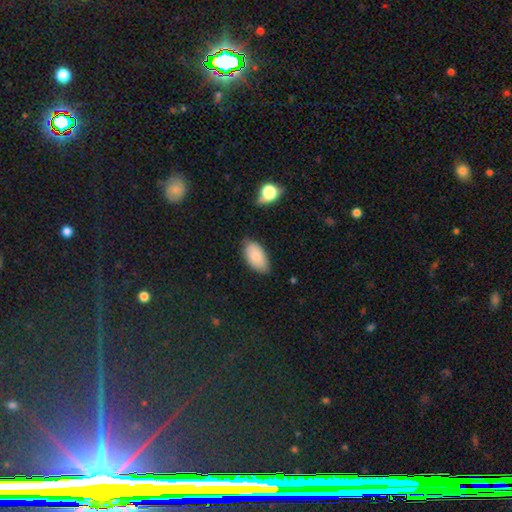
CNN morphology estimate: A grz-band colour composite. It shows a smooth galaxy with no disk features (85%) that is in between round and cigar-shaped (95%). Merging: none (77%).